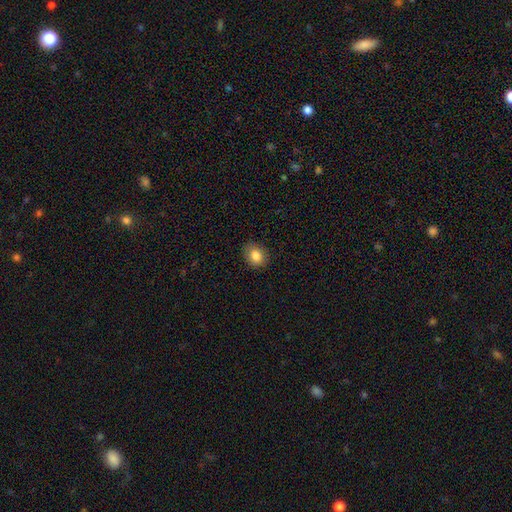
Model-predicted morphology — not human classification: smooth_or_featured: smooth (p=0.83) [alt: star or artifact p=0.10]
how_rounded: round (p=0.56) [alt: in between p=0.43]
merging: none (p=0.85) [alt: minor disturbance p=0.11]